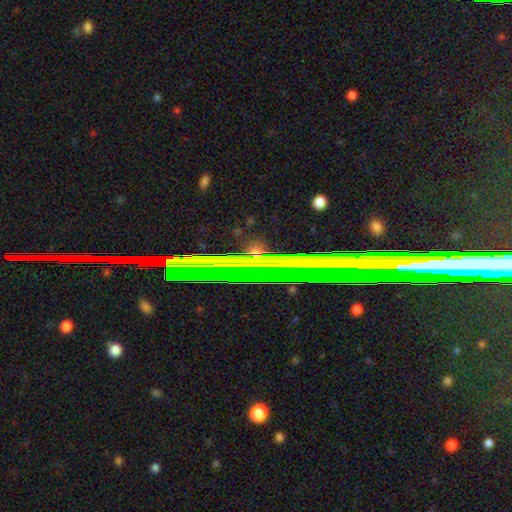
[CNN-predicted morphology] A star or artifact, not a galaxy (69%).